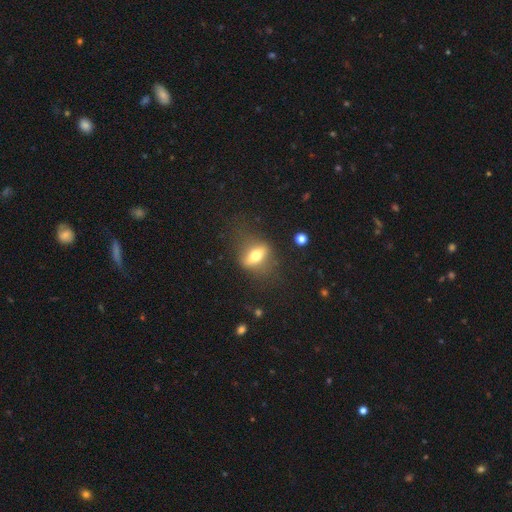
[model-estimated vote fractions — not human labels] This is possibly a smooth galaxy (50%). Merging: likely none (70%).